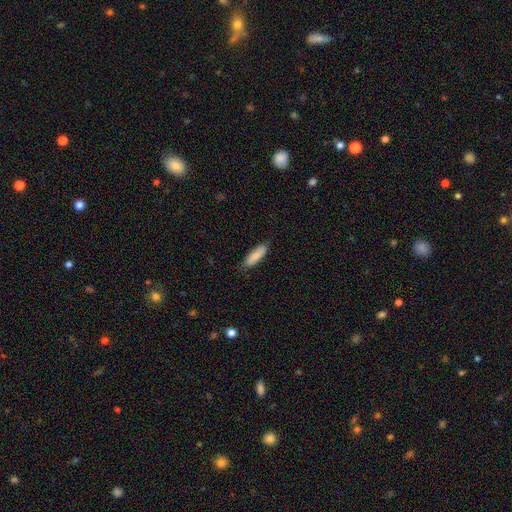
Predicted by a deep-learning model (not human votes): Smooth or featured? Predicted: smooth (p=0.86). How rounded? Predicted: cigar-shaped (p=0.55). Merging? Predicted: none (p=0.81).